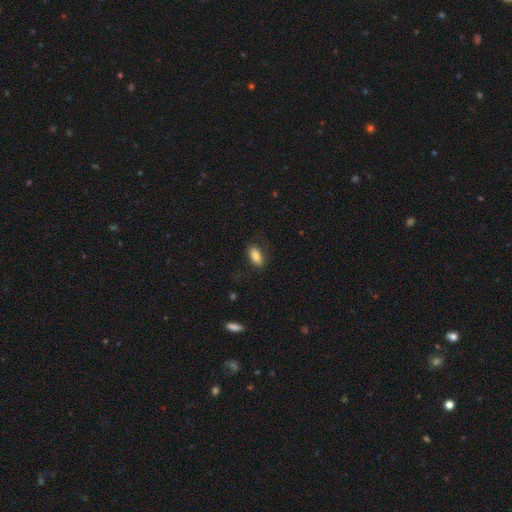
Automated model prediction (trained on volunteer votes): Smooth or featured? smooth (84%)
How rounded? in between (88%)
Merging? none (78%)